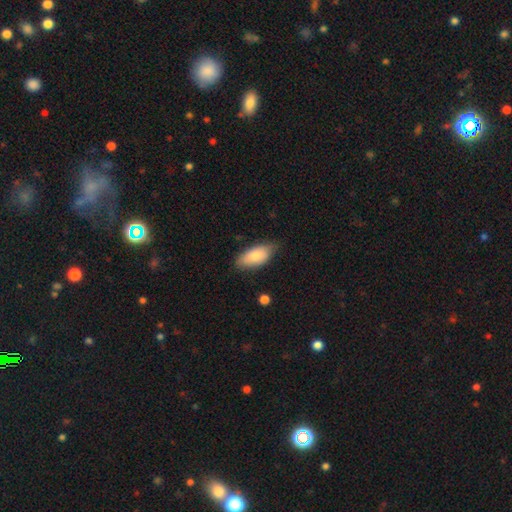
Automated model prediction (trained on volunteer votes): Smooth or featured: smooth — 80% (featured or disk — 14%)
How rounded: in between — 90% (cigar-shaped — 8%)
Merging: none — 73% (minor disturbance — 22%)